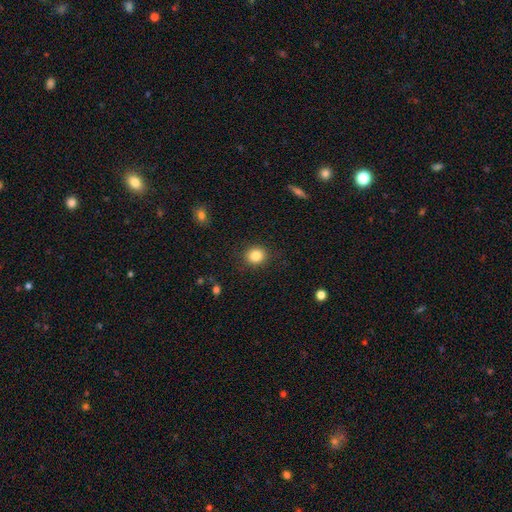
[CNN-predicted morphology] type=smooth (84%); roundness=round (80%); merging=none (88%).